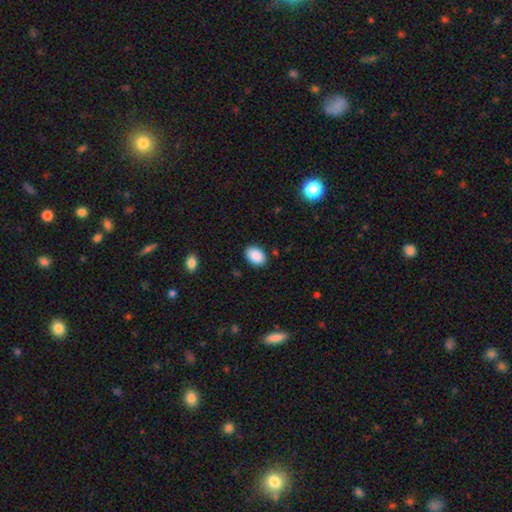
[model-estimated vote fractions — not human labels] The model was most divided on "how rounded": in between: 84%, round: 15%, cigar-shaped: 1%. More confident: smooth or featured — smooth (90%); merging — none (87%).